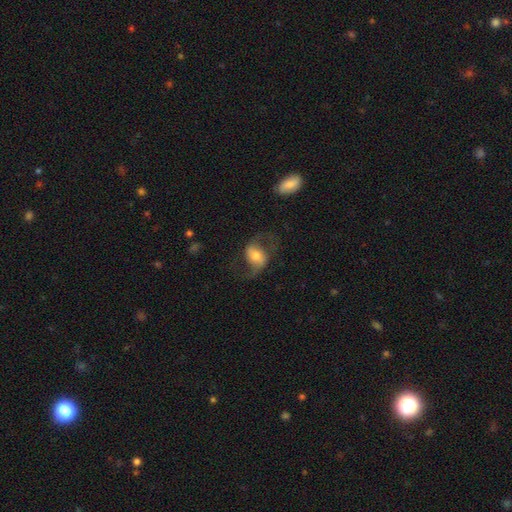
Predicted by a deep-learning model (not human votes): A featured or disk galaxy (64%) with a weak bar (37%), 2 (90%) loose (60%) spiral arms (86%) and a moderate central bulge (60%). Merging: none (63%).